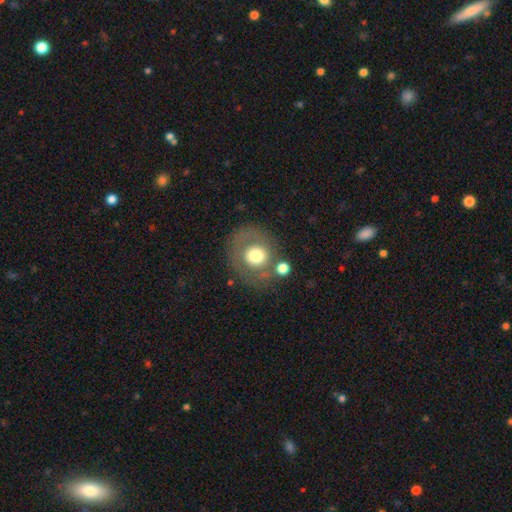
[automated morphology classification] Smooth or featured? smooth (58%)
How rounded? round (85%)
Merging? none (67%)